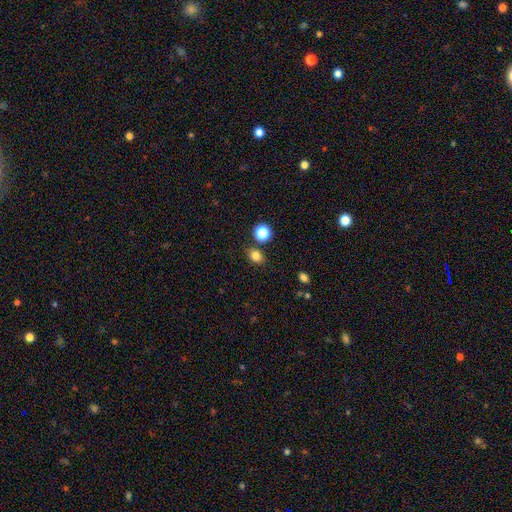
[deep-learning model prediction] Smooth or featured? Predicted: smooth (p=0.81). How rounded? Predicted: in between (p=0.52). Merging? Predicted: none (p=0.78).